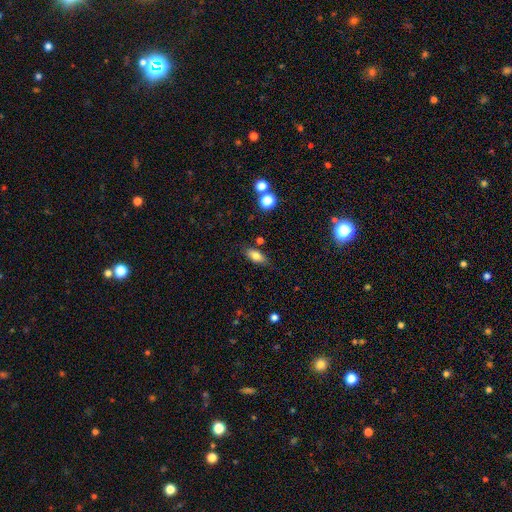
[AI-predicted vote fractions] A smooth galaxy with no disk features (80%) that is in between round and cigar-shaped (83%).

Vote fractions:
- Smooth or featured? smooth: 80% / featured or disk: 11% / star or artifact: 9%
- How rounded? in between: 83% / cigar-shaped: 12% / round: 5%
- Merging? none: 79% / minor disturbance: 14% / merger: 4% / major disturbance: 3%